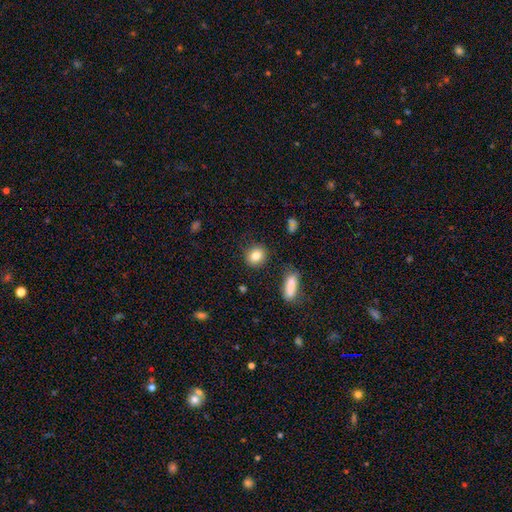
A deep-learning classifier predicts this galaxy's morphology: Q: Smooth or featured?
A: smooth (82%); runner-up: star or artifact (9%)
Q: How rounded?
A: round (80%); runner-up: in between (18%)
Q: Merging?
A: none (88%); runner-up: minor disturbance (8%)